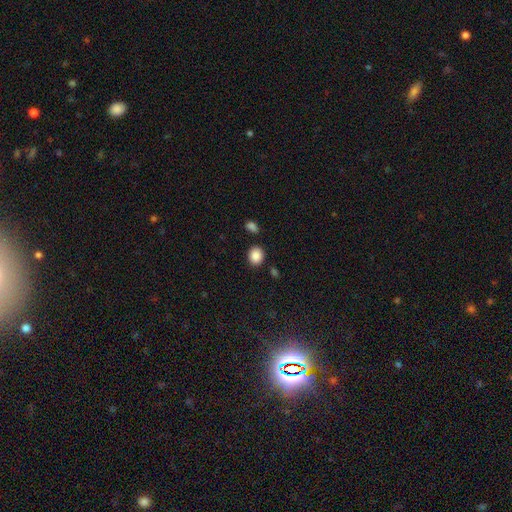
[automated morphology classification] smooth_or_featured: smooth (p=0.88) [alt: star or artifact p=0.08]
how_rounded: round (p=0.65) [alt: in between p=0.34]
merging: none (p=0.84) [alt: minor disturbance p=0.09]